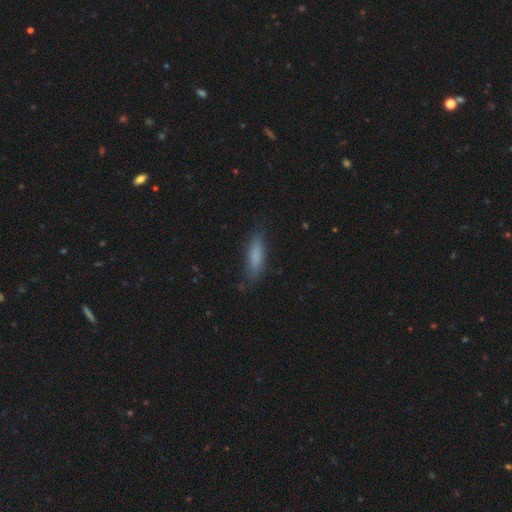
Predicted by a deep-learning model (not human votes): This is clearly a smooth galaxy (80%). How rounded: likely cigar-shaped (70%). Merging: clearly none (82%).